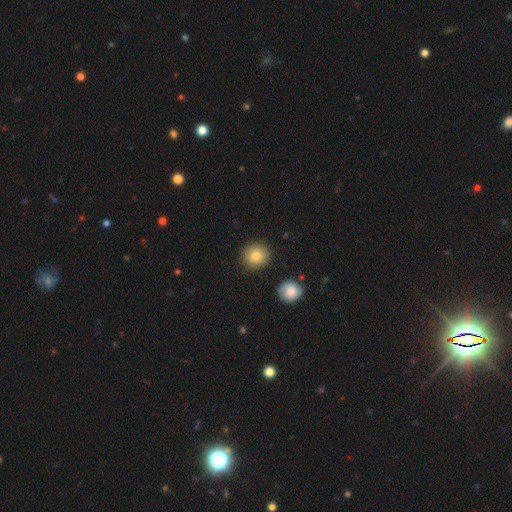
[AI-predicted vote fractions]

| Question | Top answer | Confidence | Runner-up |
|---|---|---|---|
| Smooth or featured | smooth | 85% | star or artifact (8%) |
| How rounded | round | 90% | in between (9%) |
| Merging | none | 89% | minor disturbance (7%) |